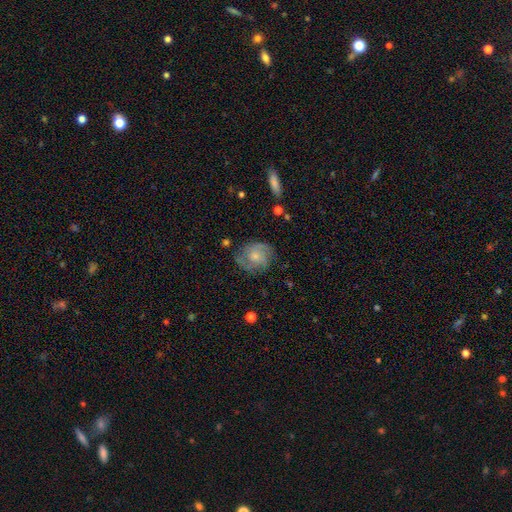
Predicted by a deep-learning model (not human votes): The model was most divided on "bulge size": small: 49%, moderate: 38%, none: 8%, large: 4%, dominant: 1%. More confident: edge-on disk — no (97%); spiral arms — yes (80%); bar — no (77%); merging — none (67%); smooth or featured — featured or disk (53%).